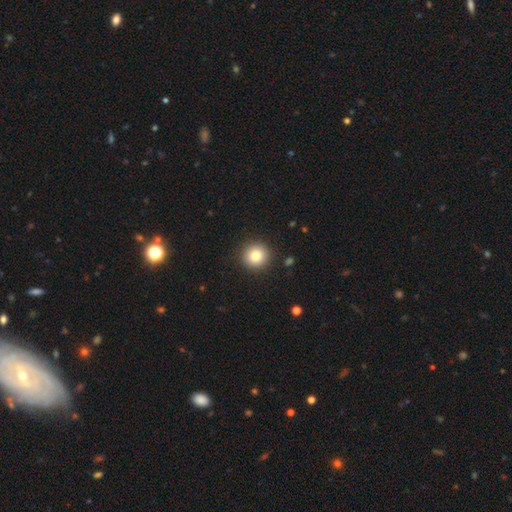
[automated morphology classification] Smooth or featured? Predicted: smooth (p=0.83). How rounded? Predicted: round (p=0.93). Merging? Predicted: none (p=0.91).